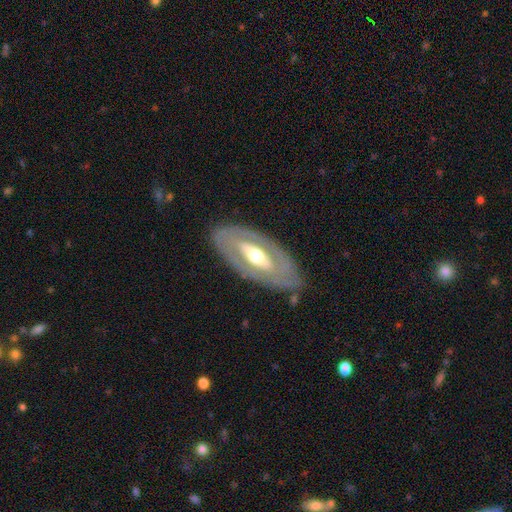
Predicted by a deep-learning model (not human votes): Smooth or featured?
  - featured or disk: 74% *
  - smooth: 20%
  - star or artifact: 6%
Edge-on disk?
  - no: 85% *
  - yes: 15%
Bar?
  - no: 46% *
  - weak: 31%
  - strong: 23%
Spiral arms?
  - no: 58% *
  - yes: 42%
Bulge size?
  - moderate: 69% *
  - small: 18%
  - large: 11%
  - dominant: 1%
  - none: 1%
Merging?
  - none: 82% *
  - minor disturbance: 13%
  - major disturbance: 4%
  - merger: 1%